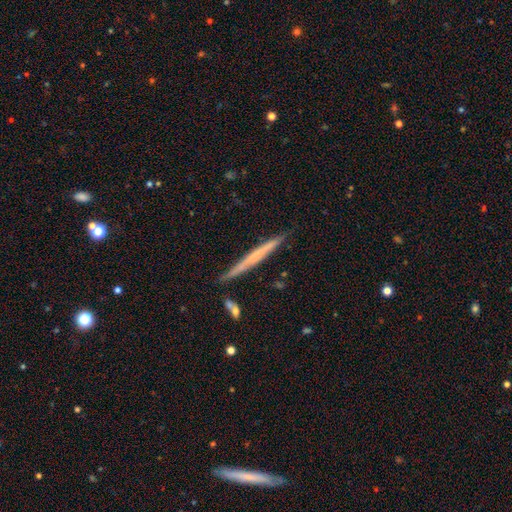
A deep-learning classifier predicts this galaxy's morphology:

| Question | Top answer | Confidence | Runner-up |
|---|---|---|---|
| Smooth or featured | featured or disk | 52% | smooth (42%) |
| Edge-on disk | yes | 97% | no (3%) |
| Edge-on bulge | none | 80% | rounded (13%) |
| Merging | none | 87% | minor disturbance (9%) |